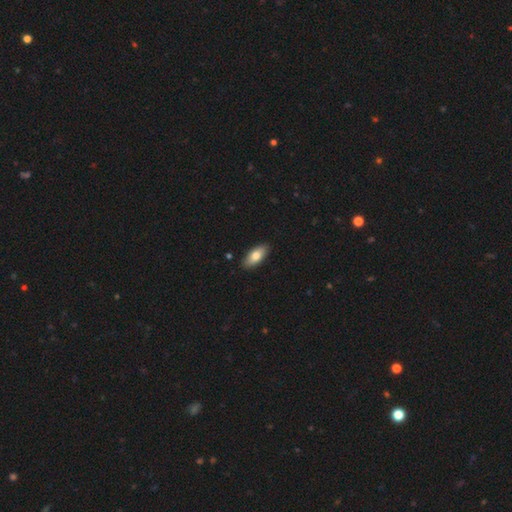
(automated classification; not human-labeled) Smooth or featured? Predicted: smooth (p=0.79). How rounded? Predicted: in between (p=0.86). Merging? Predicted: none (p=0.88).